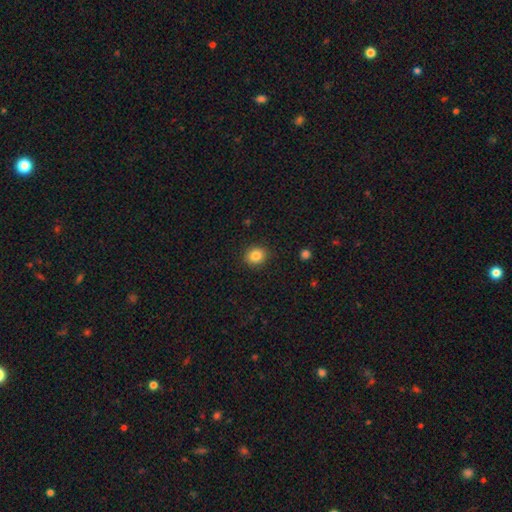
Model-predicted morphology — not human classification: This appears to be a smooth galaxy with no disk features (84%) that is round (73%). Merging: none (90%).